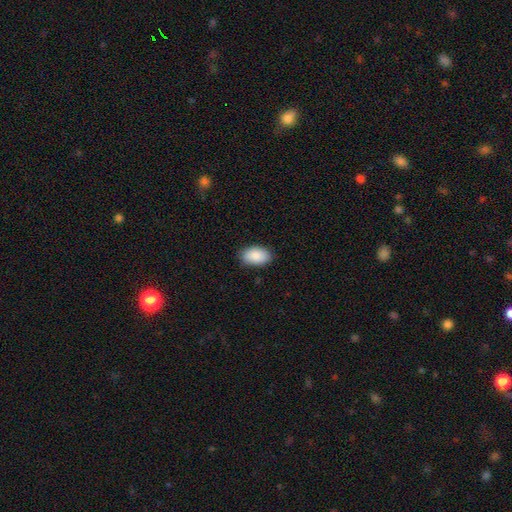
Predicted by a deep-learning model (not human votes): smooth_or_featured: smooth (p=0.90) [alt: star or artifact p=0.06]
how_rounded: in between (p=0.93) [alt: round p=0.06]
merging: none (p=0.86) [alt: minor disturbance p=0.11]